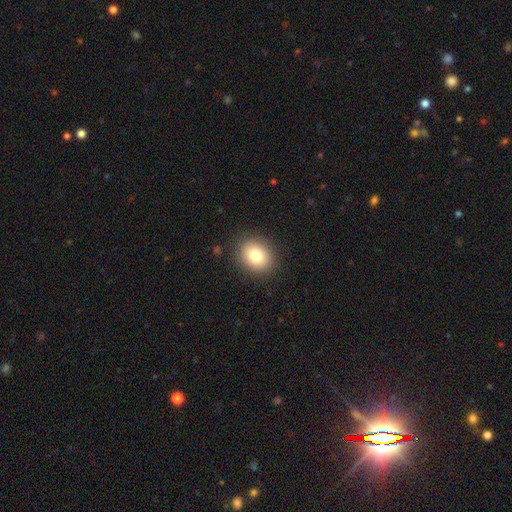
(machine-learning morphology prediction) Smooth or featured: smooth — 81% (star or artifact — 10%)
How rounded: round — 55% (in between — 44%)
Merging: none — 88% (minor disturbance — 9%)